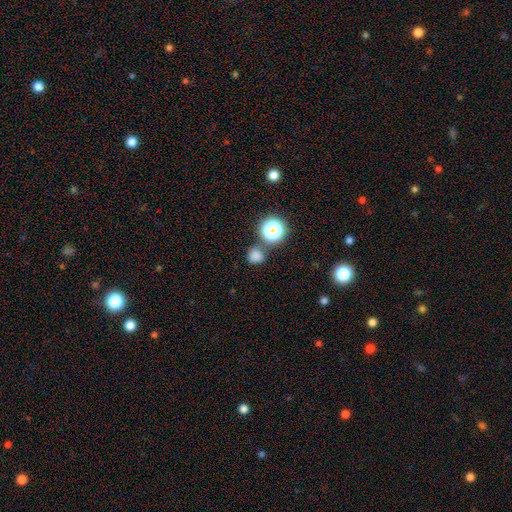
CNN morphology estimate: smooth 73%, star or artifact 22%, featured or disk 5%. Down the decision tree: how rounded — round (86%); merging — none (73%).